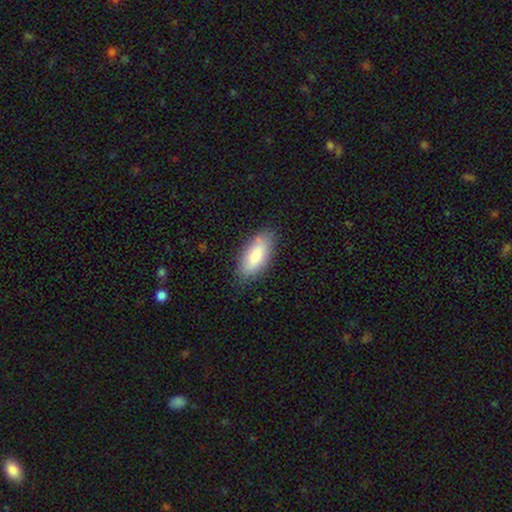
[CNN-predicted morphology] smooth 83%, featured or disk 11%, star or artifact 6%. Down the decision tree: how rounded — in between (84%); merging — none (81%).